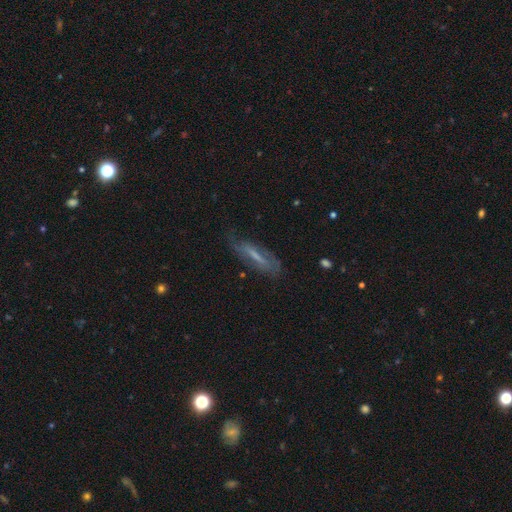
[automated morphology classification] A featured or disk galaxy (58%). Merging: none (66%).